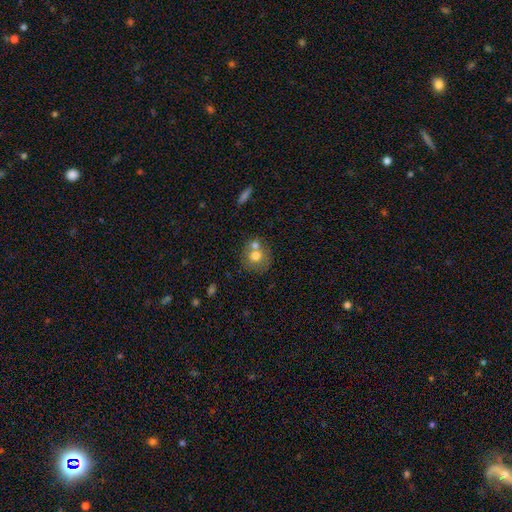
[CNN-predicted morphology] smooth 69%, featured or disk 21%, star or artifact 9%. Down the decision tree: how rounded — round (85%); merging — none (50%).